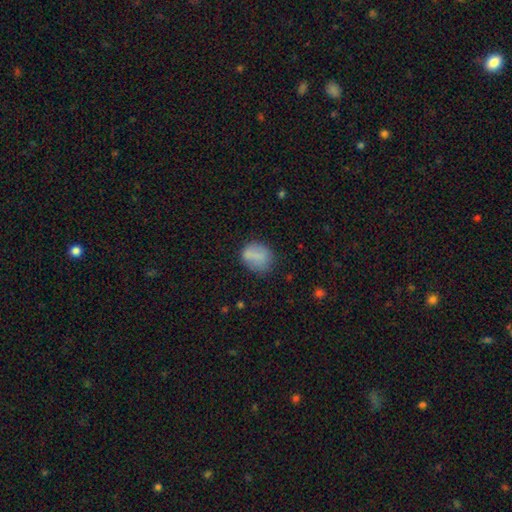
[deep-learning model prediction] Smooth or featured? Predicted: smooth (p=0.79). How rounded? Predicted: round (p=0.54). Merging? Predicted: none (p=0.66).